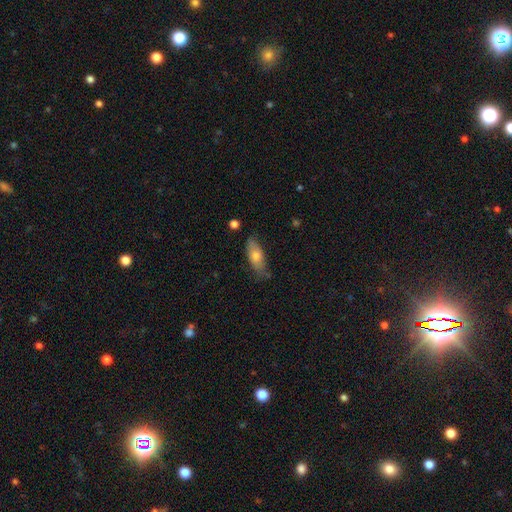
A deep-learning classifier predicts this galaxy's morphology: A smooth galaxy with no disk features (71%) that is in between round and cigar-shaped (78%).

Vote fractions:
- Smooth or featured? smooth: 71% / featured or disk: 23% / star or artifact: 6%
- How rounded? in between: 78% / cigar-shaped: 19% / round: 3%
- Merging? none: 68% / minor disturbance: 25% / major disturbance: 5% / merger: 3%